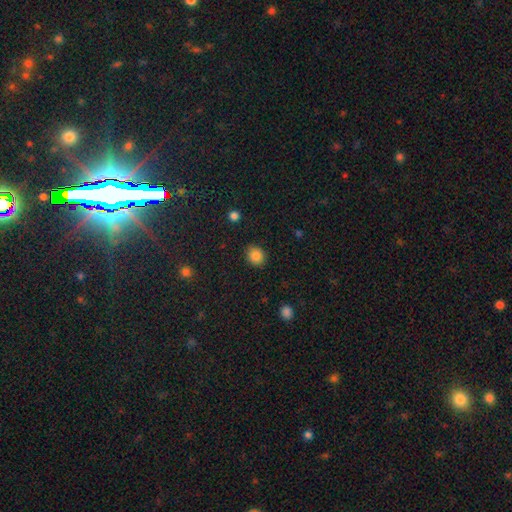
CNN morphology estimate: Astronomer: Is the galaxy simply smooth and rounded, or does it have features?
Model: smooth — 85%.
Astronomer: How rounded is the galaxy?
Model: round — 74%.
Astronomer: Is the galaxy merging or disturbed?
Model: none — 87%.